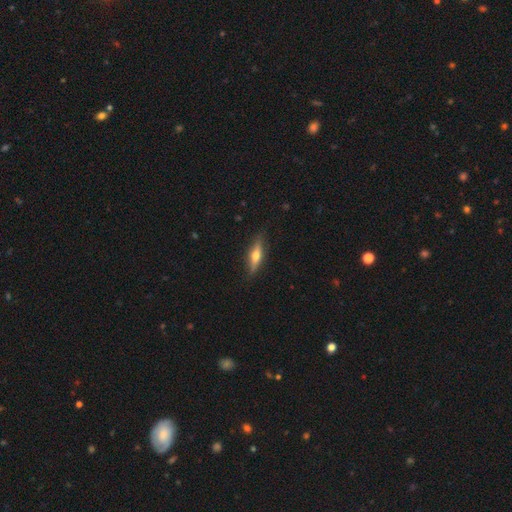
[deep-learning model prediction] This appears to be a featured or disk galaxy (54%) viewed edge-on (93%) with a rounded central bulge (92%). Merging: none (85%).